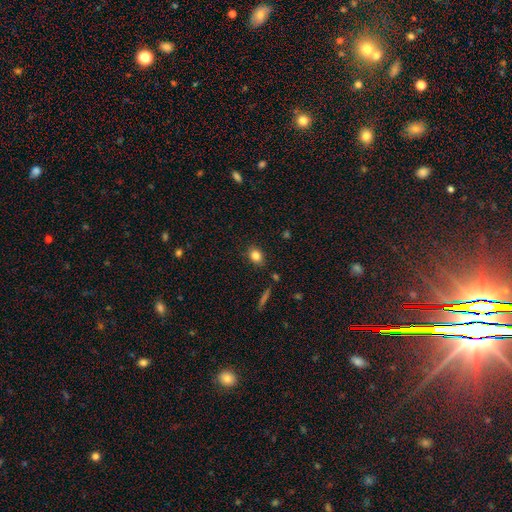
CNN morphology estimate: smooth-or-featured: smooth: 83% | star or artifact: 10% | featured or disk: 7%
  how-rounded: in between: 57% | round: 41% | cigar-shaped: 2%
  merging: none: 84% | minor disturbance: 11% | major disturbance: 3% | merger: 2%